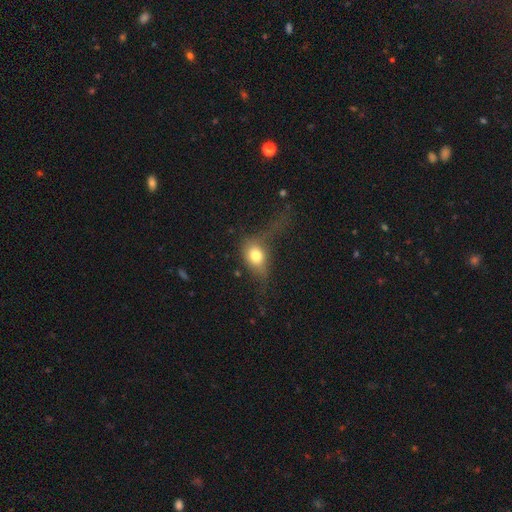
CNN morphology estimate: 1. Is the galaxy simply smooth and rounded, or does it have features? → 70% smooth, 19% featured or disk, 10% star or artifact.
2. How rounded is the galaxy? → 65% in between, 31% round, 4% cigar-shaped.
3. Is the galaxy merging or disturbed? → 39% major disturbance, 31% none, 25% minor disturbance, 4% merger.